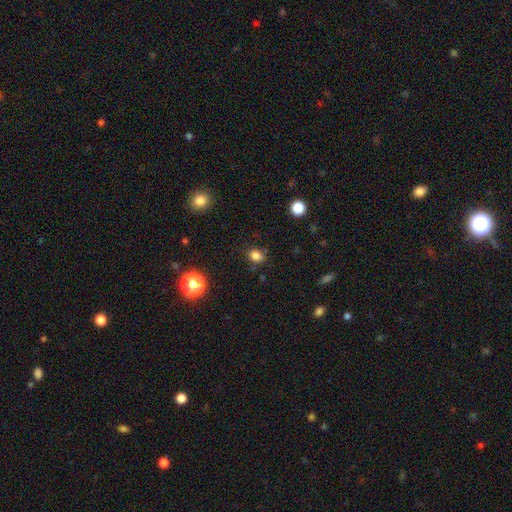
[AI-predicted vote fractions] A smooth galaxy with no disk features (81%) that is in between round and cigar-shaped (50%). Merging: none (81%).